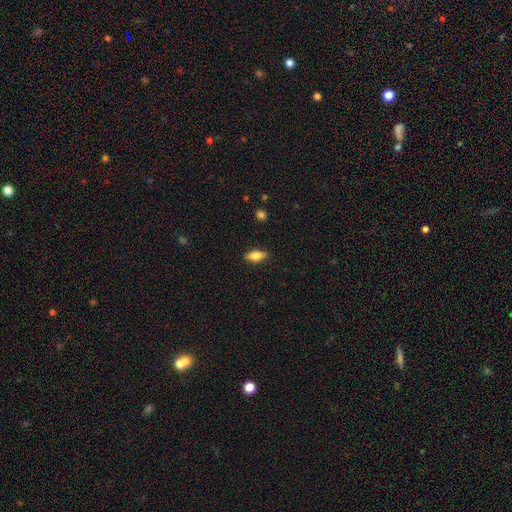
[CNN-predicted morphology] Smooth or featured?
  - smooth: 67% *
  - featured or disk: 27%
  - star or artifact: 7%
How rounded?
  - in between: 76% *
  - cigar-shaped: 21%
  - round: 3%
Merging?
  - none: 89% *
  - minor disturbance: 8%
  - major disturbance: 2%
  - merger: 1%